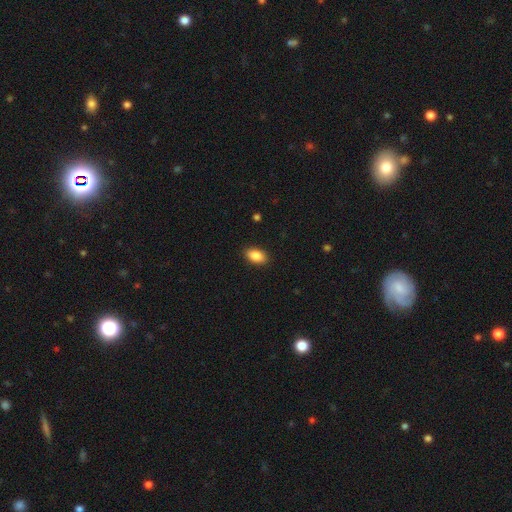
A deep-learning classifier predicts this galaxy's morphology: Overall: smooth (88%). How rounded: in between (92%). Merging: none (89%).